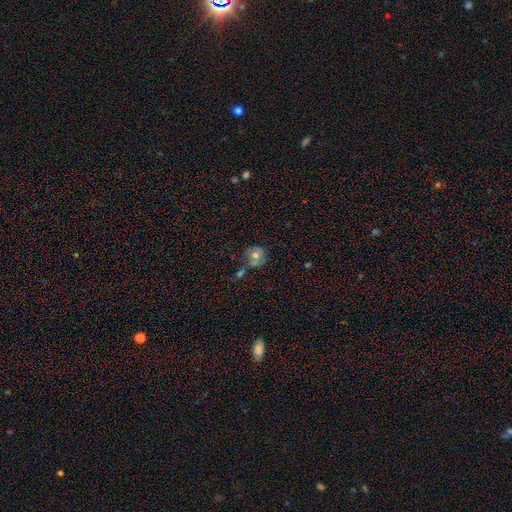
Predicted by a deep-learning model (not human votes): The model was most divided on "smooth or featured": smooth: 52%, featured or disk: 36%, star or artifact: 12%. More confident: how rounded — round (80%); merging — none (52%).